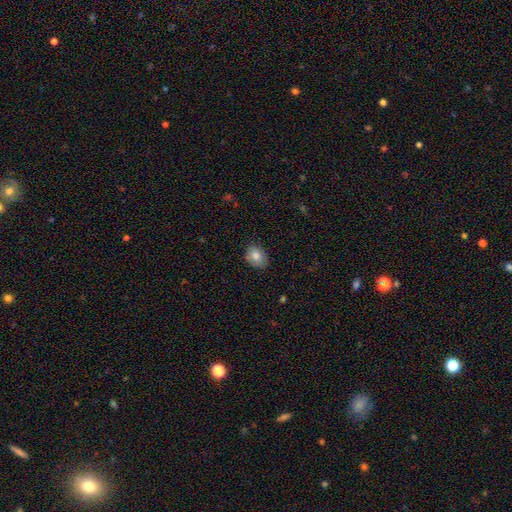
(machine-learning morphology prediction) A smooth galaxy with no disk features (81%) that is in between round and cigar-shaped (68%). Merging: none (77%).